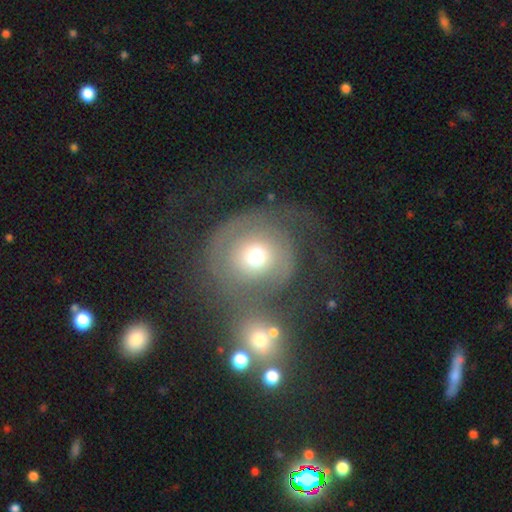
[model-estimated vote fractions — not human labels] Smooth or featured? Predicted: featured or disk (p=0.48). Merging? Predicted: none (p=0.39).